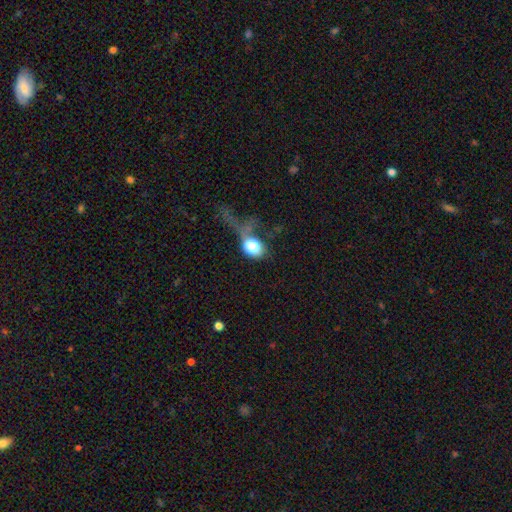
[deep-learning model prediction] Smooth or featured? Predicted: smooth (p=0.54). How rounded? Predicted: round (p=0.63). Merging? Predicted: major disturbance (p=0.39).